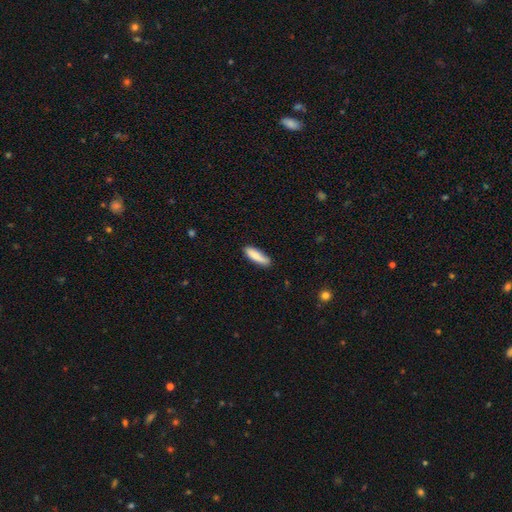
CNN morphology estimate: smooth 84%, featured or disk 10%, star or artifact 6%. Down the decision tree: how rounded — cigar-shaped (62%); merging — none (79%).